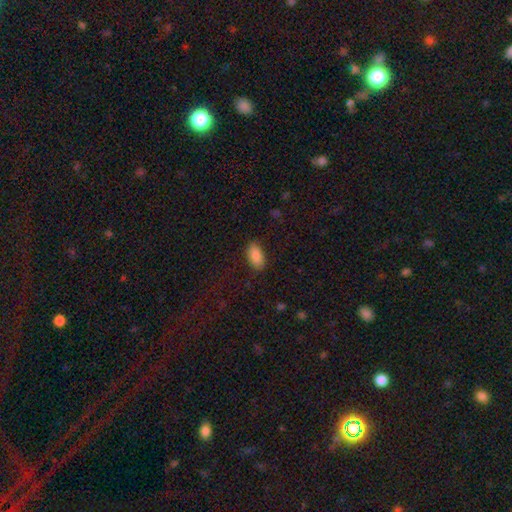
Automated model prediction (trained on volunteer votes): smooth_or_featured: smooth (p=0.87) [alt: star or artifact p=0.07]
how_rounded: in between (p=0.93) [alt: cigar-shaped p=0.03]
merging: none (p=0.84) [alt: minor disturbance p=0.12]